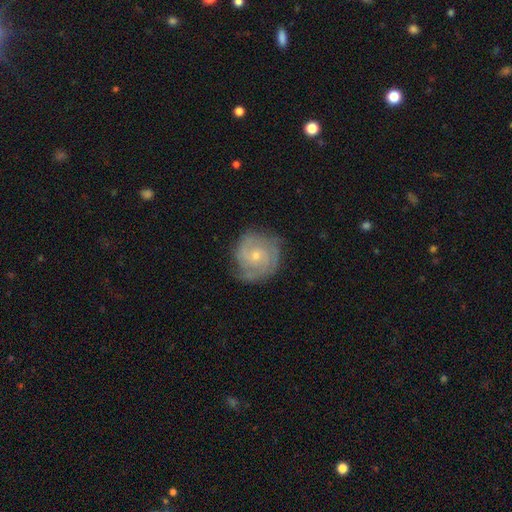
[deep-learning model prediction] A featured or disk galaxy (79%) with no bar (69%), 2 (43%) tight (59%) spiral arms (94%) and a small central bulge (64%). Merging: none (73%).